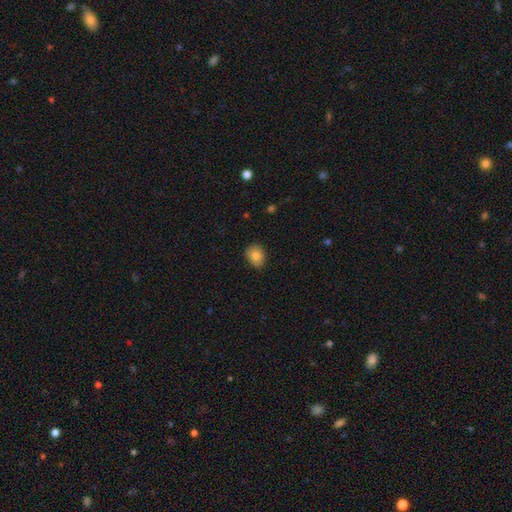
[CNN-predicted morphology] Smooth or featured? smooth (80%)
How rounded? round (52%)
Merging? none (84%)